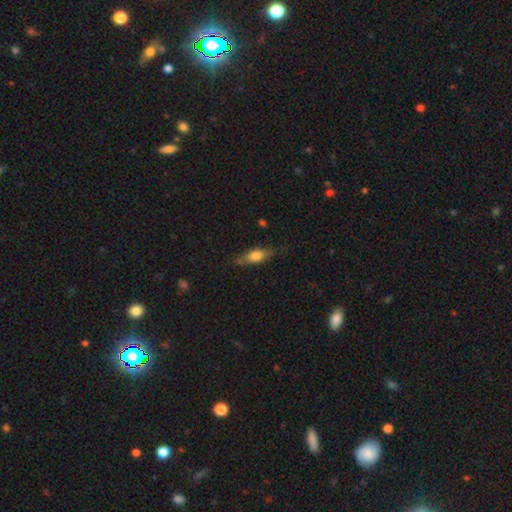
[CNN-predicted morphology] type=smooth (65%); roundness=in between (60%); merging=none (72%).